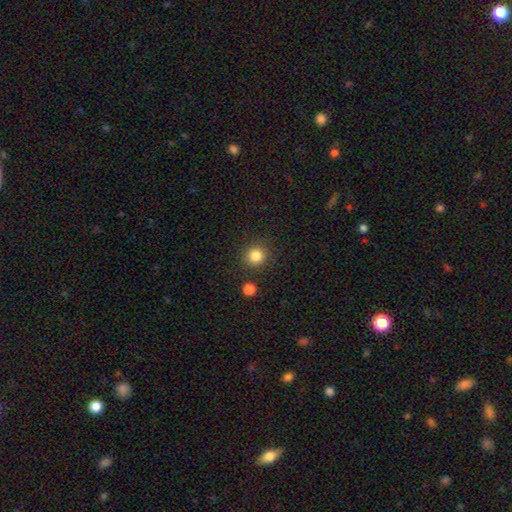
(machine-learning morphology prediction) Smooth or featured: smooth — 84% (star or artifact — 12%)
How rounded: round — 93% (in between — 6%)
Merging: none — 86% (minor disturbance — 7%)